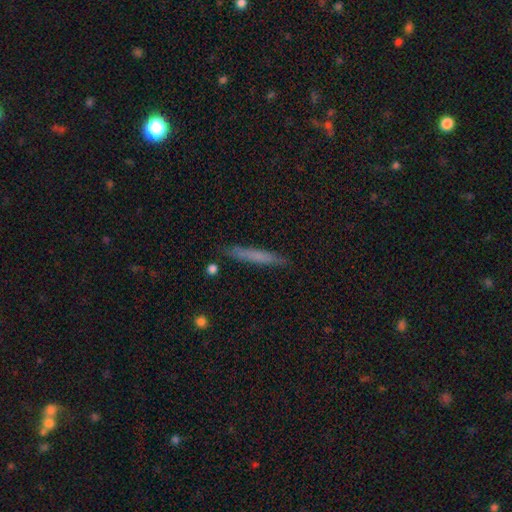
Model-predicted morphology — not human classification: Smooth or featured? smooth (65%)
How rounded? cigar-shaped (95%)
Merging? none (87%)